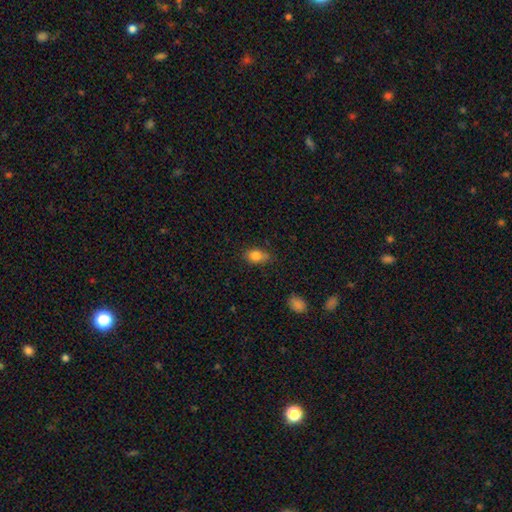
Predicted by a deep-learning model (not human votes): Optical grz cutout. It shows a smooth galaxy with no disk features (83%) that is in between round and cigar-shaped (76%). Merging: none (65%).